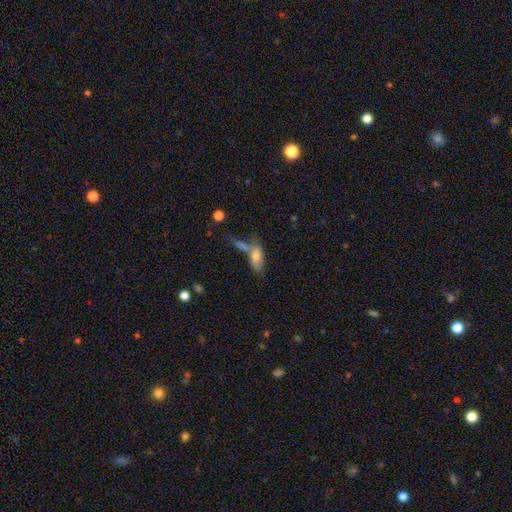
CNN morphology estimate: Smooth or featured? smooth (70%)
How rounded? in between (75%)
Merging? merger (41%)